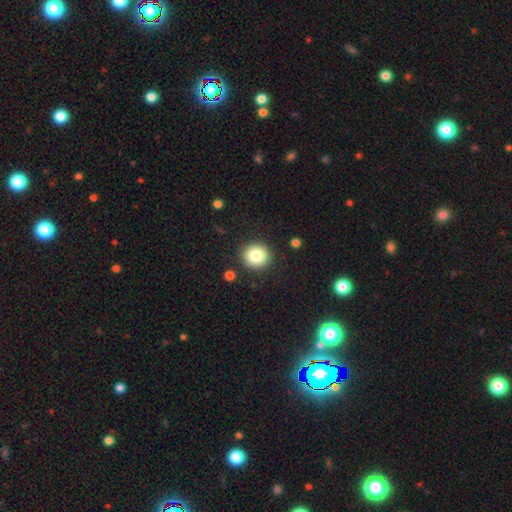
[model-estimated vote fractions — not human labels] Q: Smooth or featured?
A: smooth (82%); runner-up: star or artifact (10%)
Q: How rounded?
A: round (90%); runner-up: in between (9%)
Q: Merging?
A: none (89%); runner-up: minor disturbance (6%)